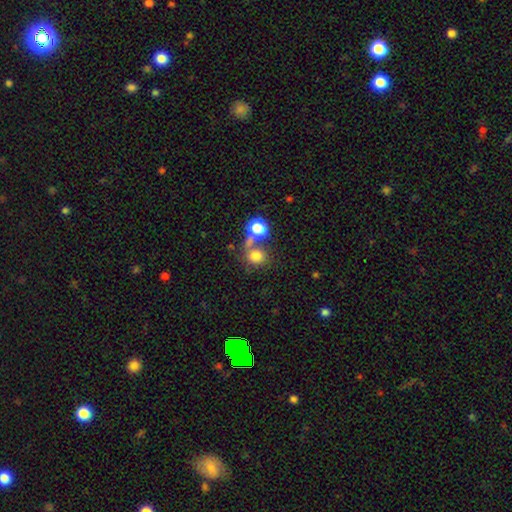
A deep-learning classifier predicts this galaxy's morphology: Smooth or featured? smooth (76%)
How rounded? round (76%)
Merging? none (50%)